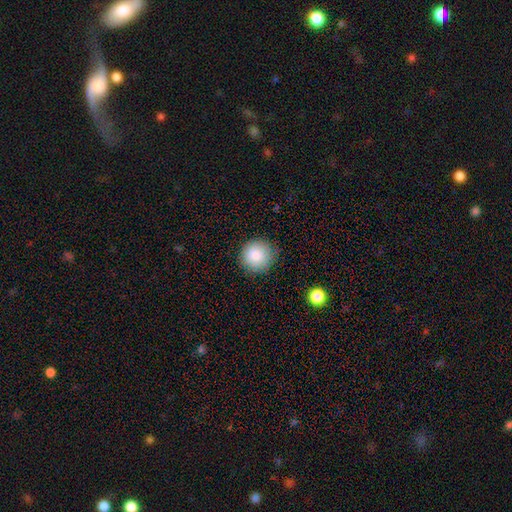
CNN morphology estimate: This appears to be a smooth galaxy with no disk features (86%) that is round (94%). Merging: none (87%).